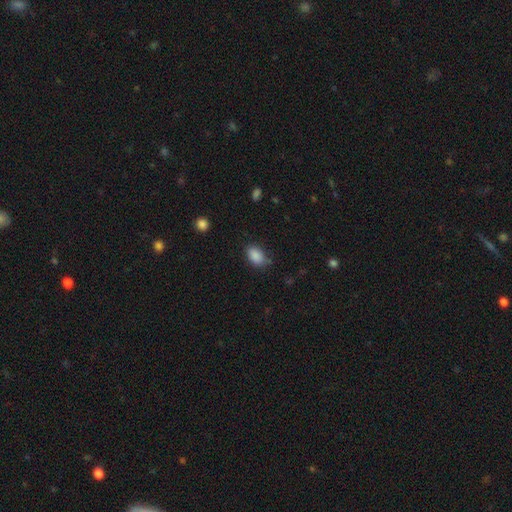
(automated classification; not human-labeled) A smooth galaxy with no disk features (87%) that is in between round and cigar-shaped (88%).

Vote fractions:
- Smooth or featured? smooth: 87% / star or artifact: 8% / featured or disk: 4%
- How rounded? in between: 88% / round: 10% / cigar-shaped: 2%
- Merging? none: 75% / minor disturbance: 19% / major disturbance: 4% / merger: 2%